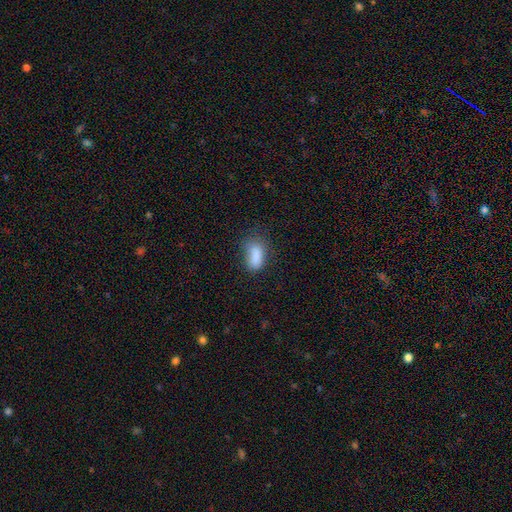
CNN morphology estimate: type=smooth (83%); roundness=in between (88%); merging=none (50%).